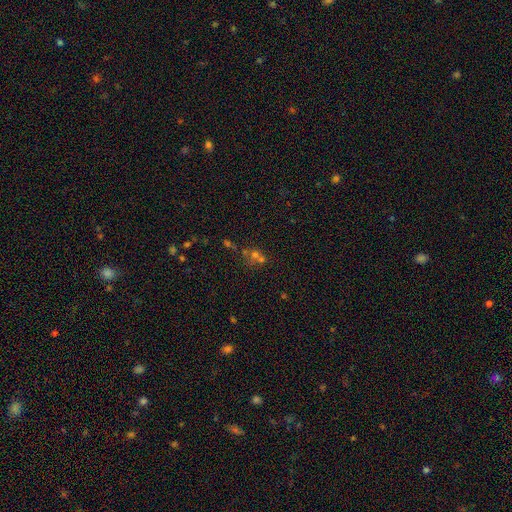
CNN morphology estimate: The model was most divided on "smooth or featured" (2-way tie): smooth: 42%, star or artifact: 42%, featured or disk: 17%. Remaining: merging — none (47%).